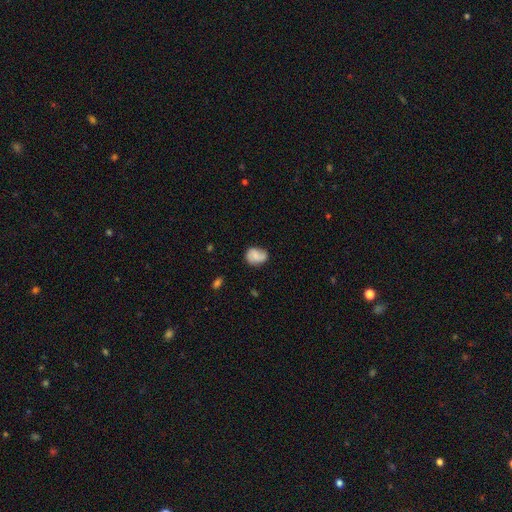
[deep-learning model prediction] Smooth or featured: smooth — 57% (featured or disk — 34%)
How rounded: in between — 54% (round — 45%)
Merging: none — 60% (minor disturbance — 29%)